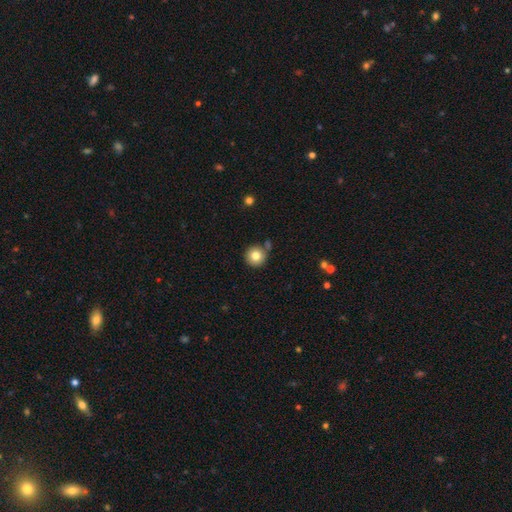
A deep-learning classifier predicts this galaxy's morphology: This is clearly a smooth galaxy (80%). How rounded: clearly round (95%). Merging: likely none (79%).